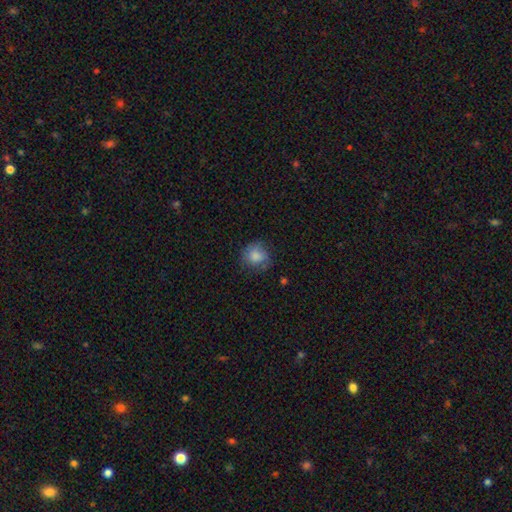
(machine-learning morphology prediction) smooth_or_featured: smooth (p=0.82) [alt: featured or disk p=0.09]
how_rounded: round (p=0.83) [alt: in between p=0.16]
merging: none (p=0.70) [alt: minor disturbance p=0.22]